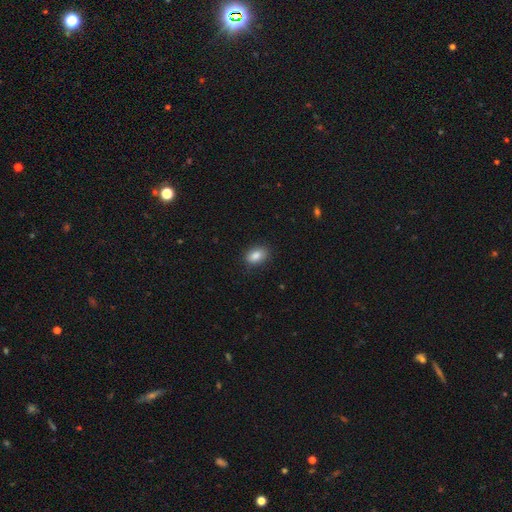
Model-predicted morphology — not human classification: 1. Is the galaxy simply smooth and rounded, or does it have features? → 86% smooth, 8% star or artifact, 6% featured or disk.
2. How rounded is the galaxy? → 83% in between, 15% round, 2% cigar-shaped.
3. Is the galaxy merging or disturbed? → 85% none, 12% minor disturbance, 3% major disturbance, 1% merger.